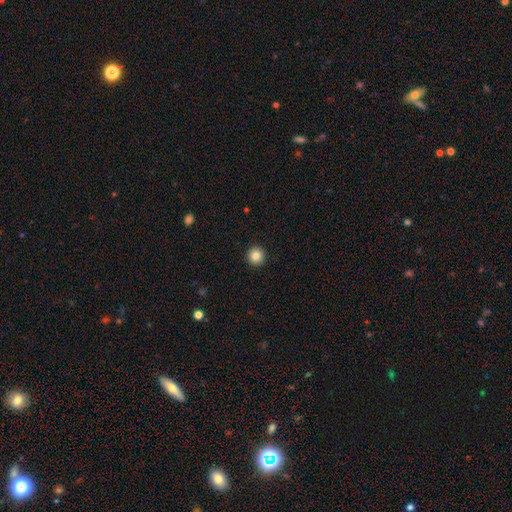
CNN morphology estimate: Smooth or featured: smooth — 85% (star or artifact — 10%)
How rounded: round — 96% (in between — 4%)
Merging: none — 93% (minor disturbance — 4%)